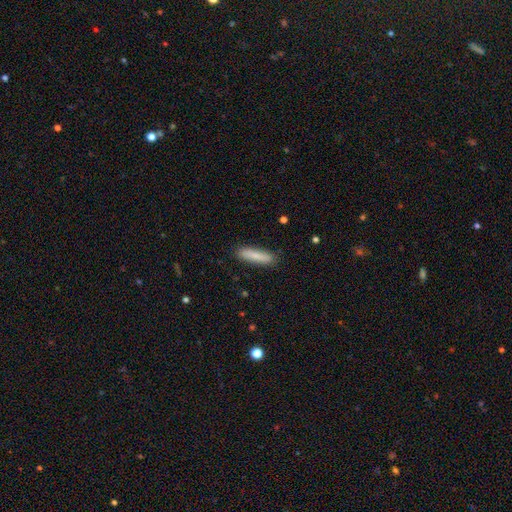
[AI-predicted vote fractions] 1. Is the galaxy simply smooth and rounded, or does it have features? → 82% smooth, 12% featured or disk, 6% star or artifact.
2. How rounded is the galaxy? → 82% cigar-shaped, 17% in between, 1% round.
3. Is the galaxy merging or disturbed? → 89% none, 8% minor disturbance, 2% major disturbance, 1% merger.